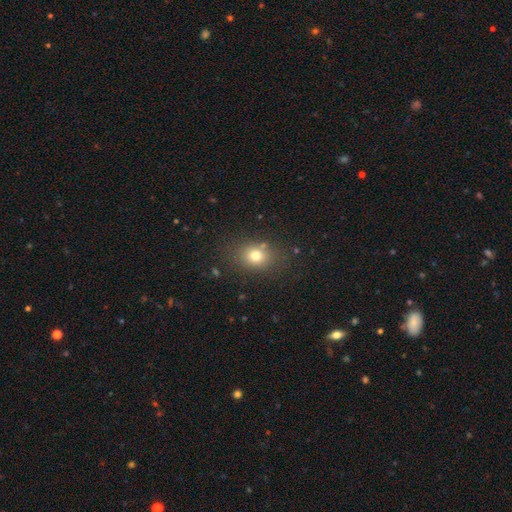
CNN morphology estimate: smooth 75%, star or artifact 14%, featured or disk 10%. Down the decision tree: how rounded — round (51%); merging — none (80%).